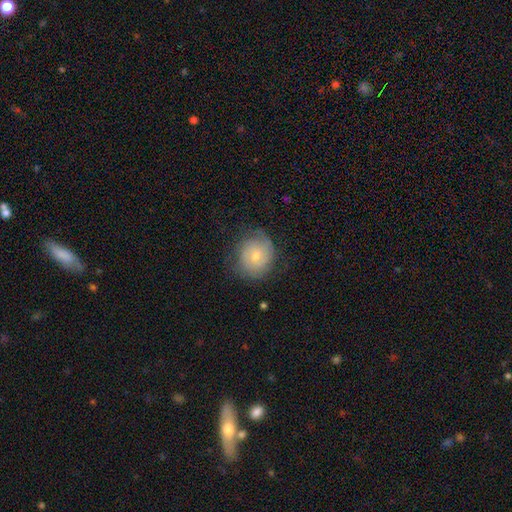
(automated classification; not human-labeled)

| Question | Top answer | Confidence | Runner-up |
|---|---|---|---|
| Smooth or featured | featured or disk | 49% | smooth (44%) |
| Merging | none | 67% | minor disturbance (22%) |